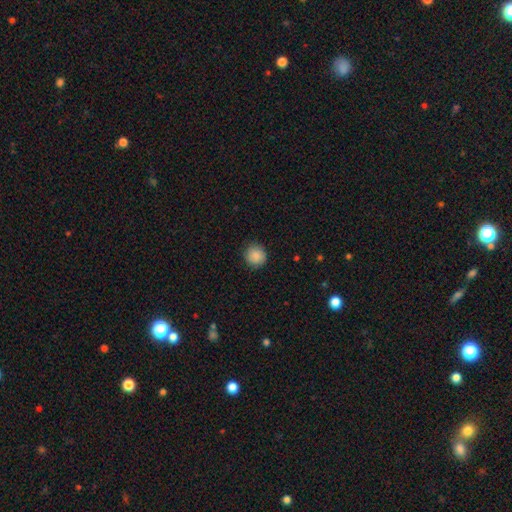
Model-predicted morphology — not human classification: Smooth or featured?
  - smooth: 88% *
  - star or artifact: 8%
  - featured or disk: 4%
How rounded?
  - round: 91% *
  - in between: 8%
  - cigar-shaped: 1%
Merging?
  - none: 87% *
  - minor disturbance: 10%
  - major disturbance: 2%
  - merger: 1%